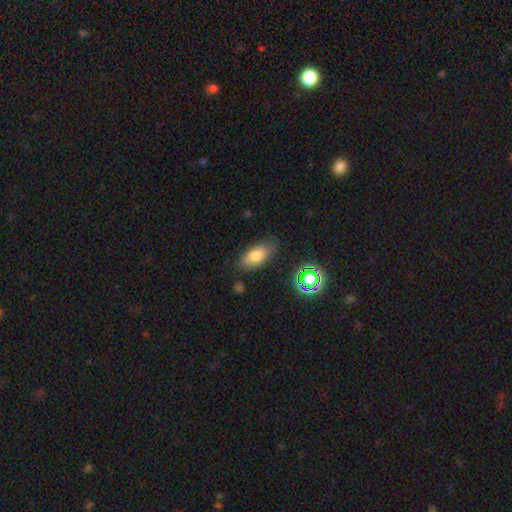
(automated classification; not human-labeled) Smooth or featured: smooth — 77% (featured or disk — 13%)
How rounded: in between — 86% (cigar-shaped — 9%)
Merging: none — 79% (minor disturbance — 14%)